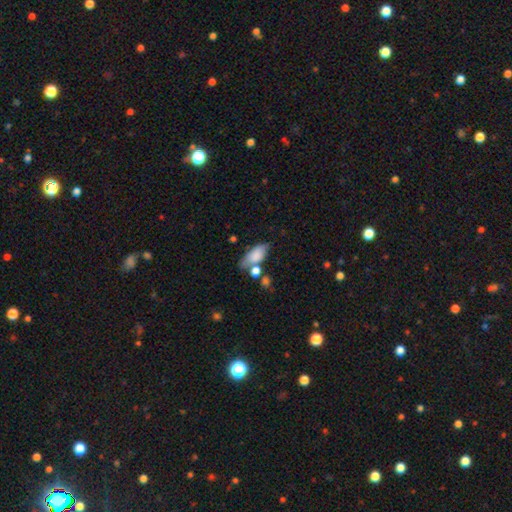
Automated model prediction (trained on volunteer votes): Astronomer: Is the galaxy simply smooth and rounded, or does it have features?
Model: smooth — 79%.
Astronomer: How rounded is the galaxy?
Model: in between — 89%.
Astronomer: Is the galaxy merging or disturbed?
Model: none — 47% (runner-up: merger, 22%).